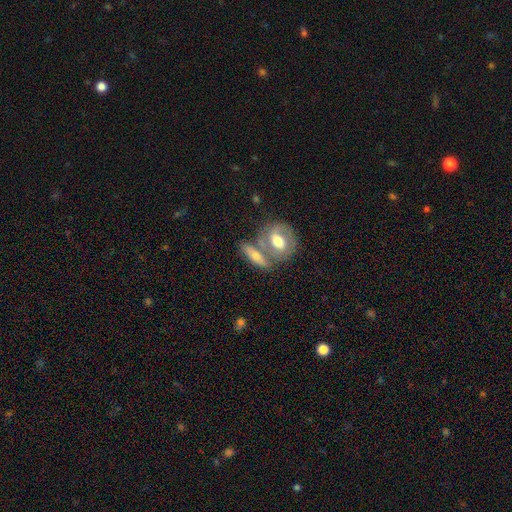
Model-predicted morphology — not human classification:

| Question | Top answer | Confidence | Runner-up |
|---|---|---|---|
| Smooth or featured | featured or disk | 48% | smooth (46%) |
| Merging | none | 44% | merger (41%) |